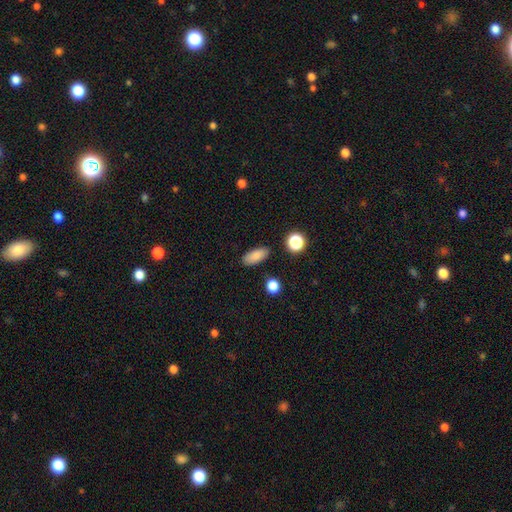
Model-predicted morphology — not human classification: smooth-or-featured: smooth: 85% | star or artifact: 9% | featured or disk: 6%
  how-rounded: in between: 82% | cigar-shaped: 13% | round: 5%
  merging: none: 87% | minor disturbance: 8% | major disturbance: 2% | merger: 2%